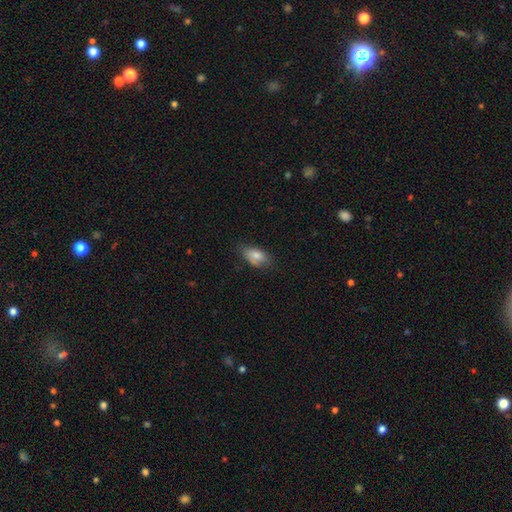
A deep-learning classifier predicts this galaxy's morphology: smooth-or-featured: smooth: 79% | featured or disk: 13% | star or artifact: 8%
  how-rounded: in between: 90% | round: 6% | cigar-shaped: 4%
  merging: none: 62% | minor disturbance: 29% | major disturbance: 7% | merger: 2%